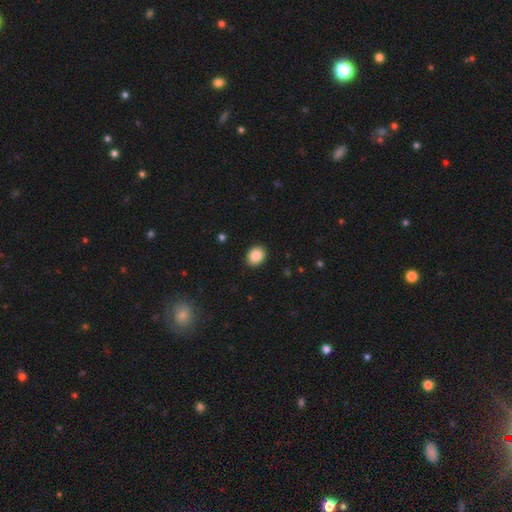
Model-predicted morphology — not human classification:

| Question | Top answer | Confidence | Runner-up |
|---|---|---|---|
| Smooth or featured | smooth | 88% | star or artifact (8%) |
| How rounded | round | 54% | in between (46%) |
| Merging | none | 91% | minor disturbance (6%) |